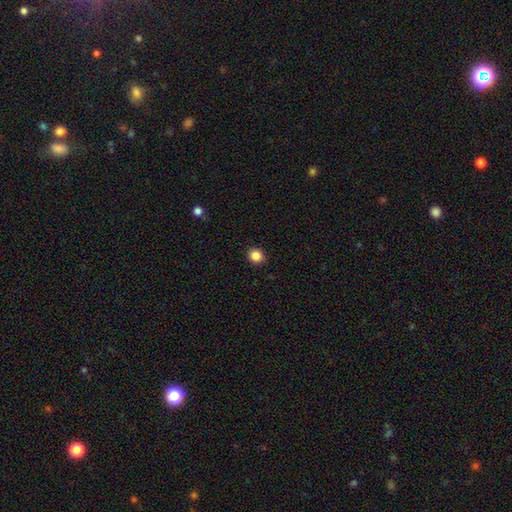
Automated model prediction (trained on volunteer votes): Smooth or featured?
  - smooth: 87% *
  - star or artifact: 10%
  - featured or disk: 3%
How rounded?
  - round: 80% *
  - in between: 19%
  - cigar-shaped: 1%
Merging?
  - none: 92% *
  - minor disturbance: 6%
  - major disturbance: 2%
  - merger: 1%